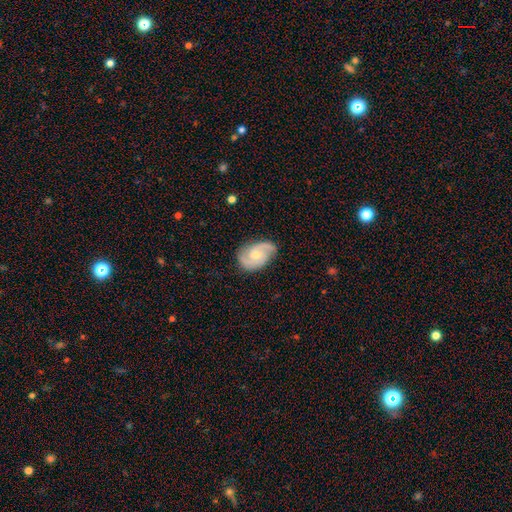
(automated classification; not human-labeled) The model was most divided on "bulge size": moderate: 49%, small: 47%, none: 2%, large: 2%, dominant: 1%. More confident: edge-on disk — no (97%); spiral arms — yes (96%); spiral arm count — 2 (84%); smooth or featured — featured or disk (82%); merging — none (76%); bar — no (65%); spiral winding — medium (51%).